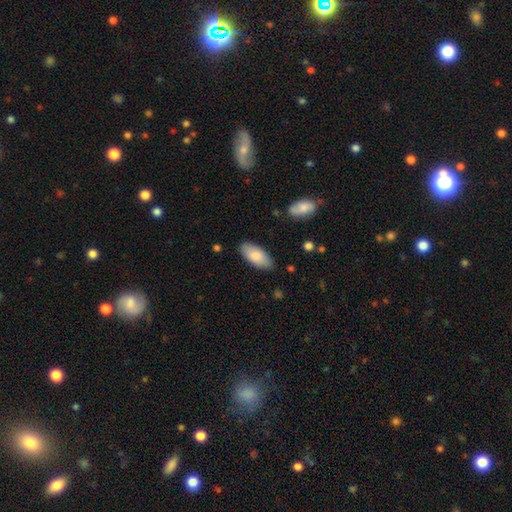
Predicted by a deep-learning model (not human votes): smooth 84%, featured or disk 10%, star or artifact 6%. Down the decision tree: how rounded — in between (90%); merging — none (85%).